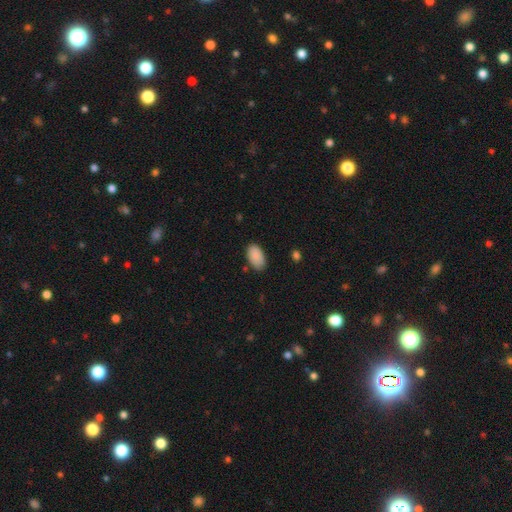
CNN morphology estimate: The model was most divided on "merging": none: 80%, minor disturbance: 15%, major disturbance: 3%, merger: 2%. More confident: how rounded — in between (94%); smooth or featured — smooth (90%).